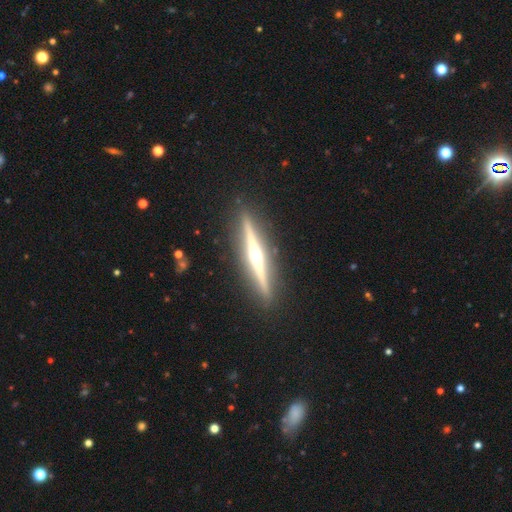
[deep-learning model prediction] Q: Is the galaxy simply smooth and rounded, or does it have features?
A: featured or disk — 80%.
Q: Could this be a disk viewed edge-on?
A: yes — 98%.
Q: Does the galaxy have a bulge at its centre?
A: rounded — 85%.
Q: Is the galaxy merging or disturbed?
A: none — 91%.